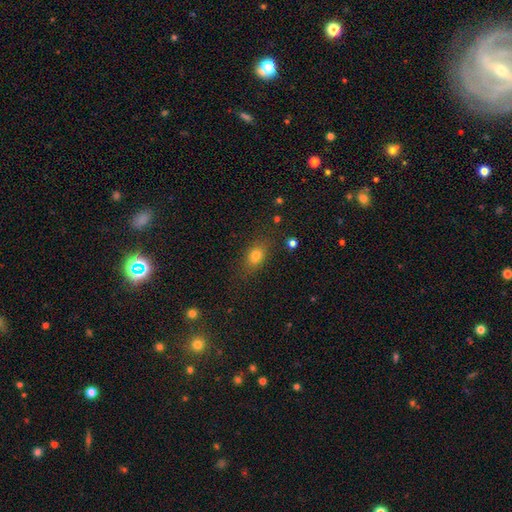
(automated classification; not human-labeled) This appears to be a smooth galaxy with no disk features (77%) that is in between round and cigar-shaped (70%). Merging: none (80%).